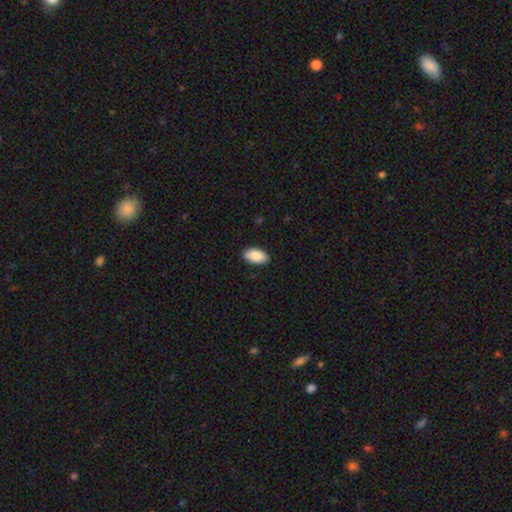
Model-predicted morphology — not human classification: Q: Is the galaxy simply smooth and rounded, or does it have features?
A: smooth — 89%.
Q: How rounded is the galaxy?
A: in between — 95%.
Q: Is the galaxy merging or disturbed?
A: none — 89%.